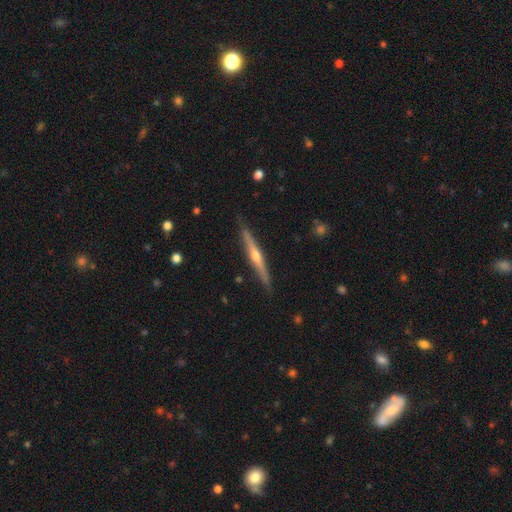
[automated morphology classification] This appears to be a featured or disk galaxy (75%) viewed edge-on (98%) with a rounded central bulge (89%). Merging: none (88%).